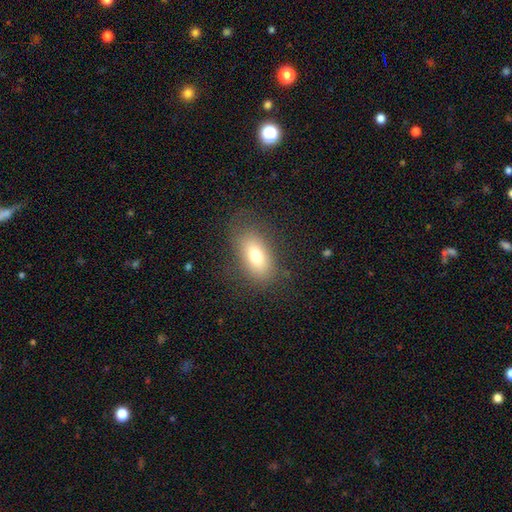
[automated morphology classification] Smooth or featured?
  - smooth: 74% *
  - featured or disk: 16%
  - star or artifact: 10%
How rounded?
  - in between: 87% *
  - round: 8%
  - cigar-shaped: 4%
Merging?
  - none: 75% *
  - minor disturbance: 15%
  - major disturbance: 8%
  - merger: 1%